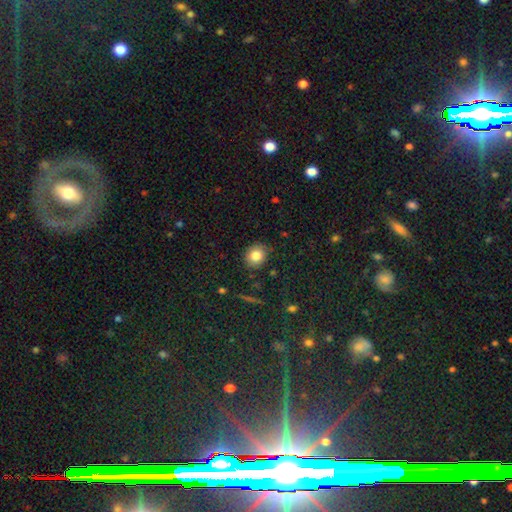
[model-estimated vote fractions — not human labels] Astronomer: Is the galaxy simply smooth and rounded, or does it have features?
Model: smooth — 82%.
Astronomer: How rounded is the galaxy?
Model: round — 78%.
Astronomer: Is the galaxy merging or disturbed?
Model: none — 83%.